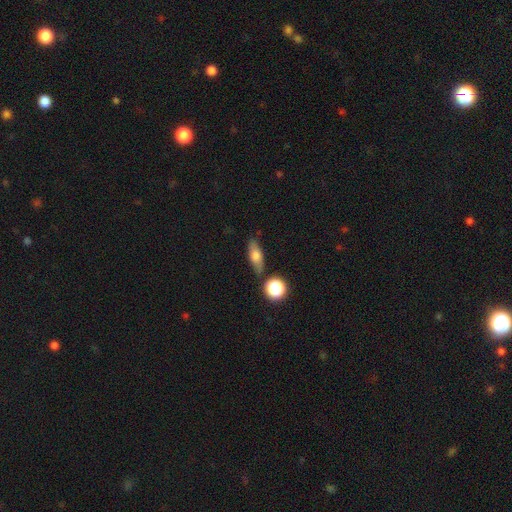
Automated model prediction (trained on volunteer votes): smooth-or-featured: smooth: 62% | featured or disk: 28% | star or artifact: 10%
  how-rounded: in between: 61% | cigar-shaped: 30% | round: 10%
  merging: none: 77% | minor disturbance: 14% | merger: 5% | major disturbance: 4%